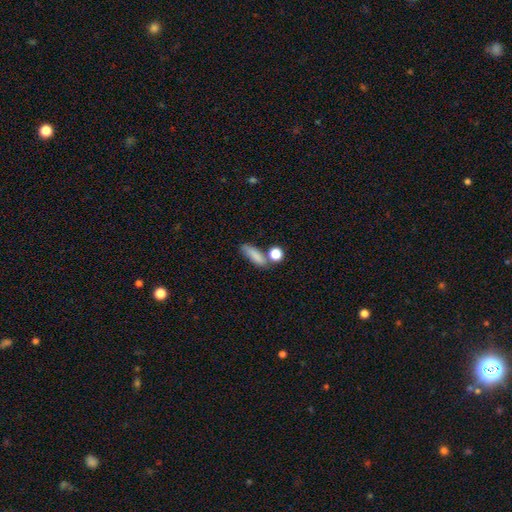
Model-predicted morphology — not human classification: This appears to be a smooth galaxy with no disk features (81%) that is in between round and cigar-shaped (54%). Merging: none (58%).